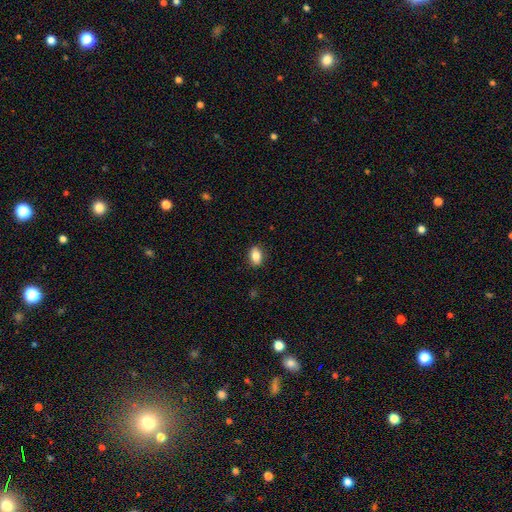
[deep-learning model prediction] smooth 85%, star or artifact 8%, featured or disk 7%. Down the decision tree: how rounded — in between (84%); merging — none (87%).